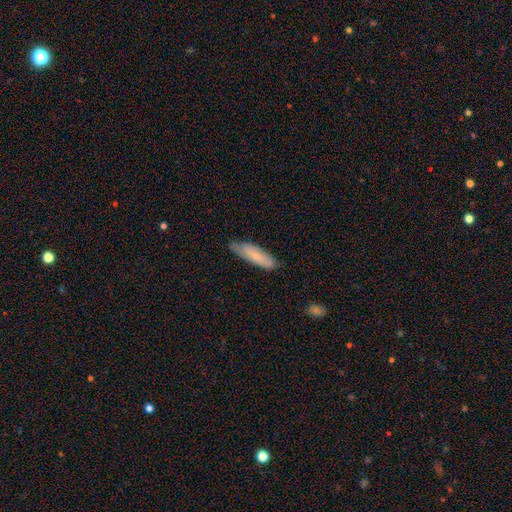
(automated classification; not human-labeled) Smooth or featured: smooth — 74% (featured or disk — 20%)
How rounded: cigar-shaped — 61% (in between — 37%)
Merging: none — 74% (minor disturbance — 21%)